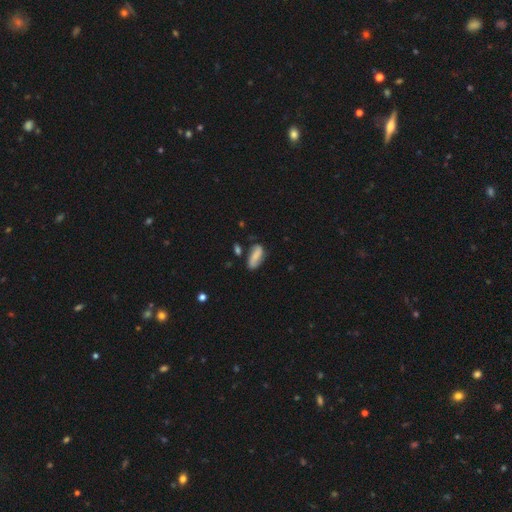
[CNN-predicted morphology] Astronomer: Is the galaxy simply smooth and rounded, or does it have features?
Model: smooth — 60%.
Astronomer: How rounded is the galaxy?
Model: in between — 83%.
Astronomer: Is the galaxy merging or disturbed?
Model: none — 66%.